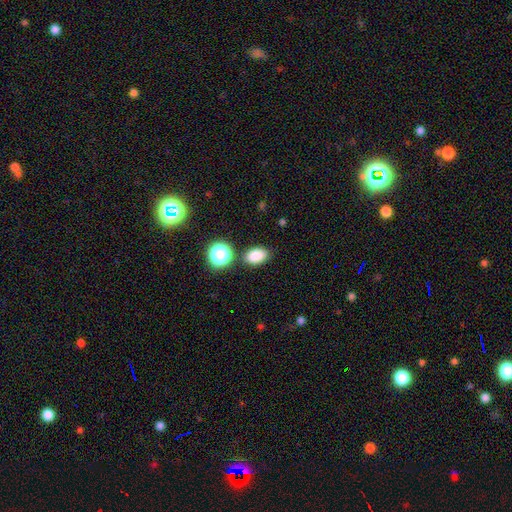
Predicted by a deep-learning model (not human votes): Morphology: type=smooth (84%); roundness=in between (84%); merging=none (81%).